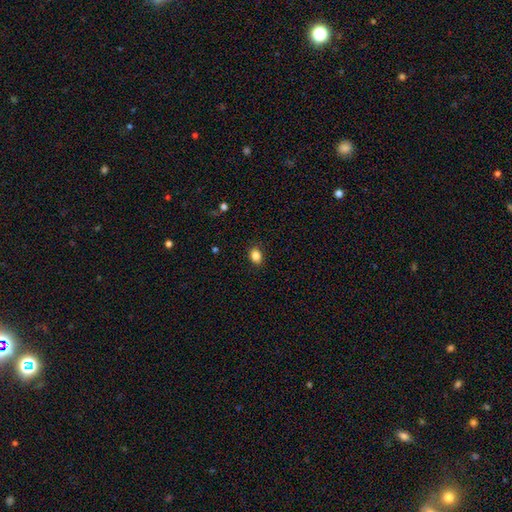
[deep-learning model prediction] Smooth or featured? smooth (85%)
How rounded? in between (65%)
Merging? none (88%)